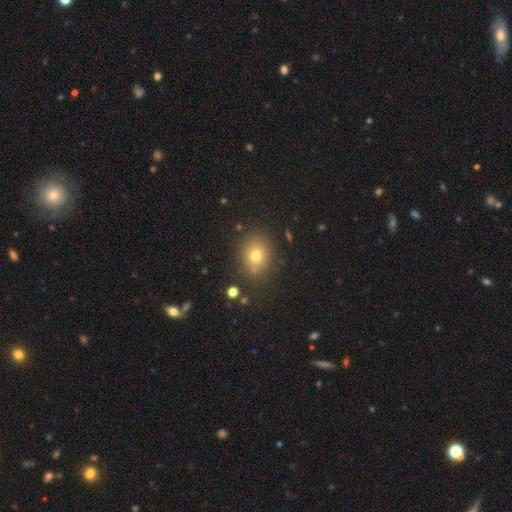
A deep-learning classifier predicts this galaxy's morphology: smooth 73%, star or artifact 16%, featured or disk 11%. Down the decision tree: how rounded — round (65%); merging — none (82%).